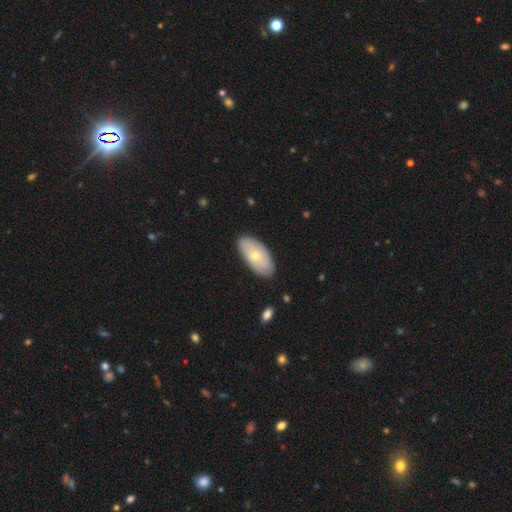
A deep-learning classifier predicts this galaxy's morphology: Q: Smooth or featured?
A: smooth (57%); runner-up: featured or disk (38%)
Q: How rounded?
A: in between (93%); runner-up: cigar-shaped (4%)
Q: Merging?
A: none (84%); runner-up: minor disturbance (13%)